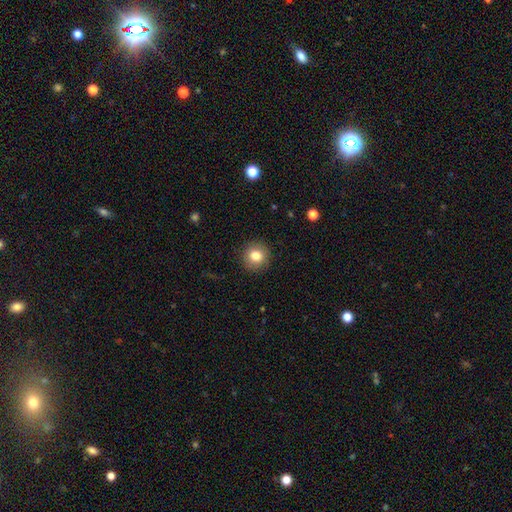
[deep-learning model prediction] Smooth or featured? Predicted: smooth (p=0.81). How rounded? Predicted: round (p=0.92). Merging? Predicted: none (p=0.91).